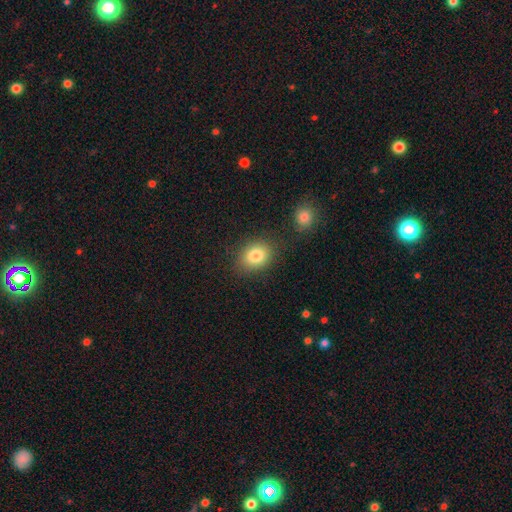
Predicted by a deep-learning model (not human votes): A smooth galaxy with no disk features (83%) that is in between round and cigar-shaped (57%).

Vote fractions:
- Smooth or featured? smooth: 83% / star or artifact: 9% / featured or disk: 8%
- How rounded? in between: 57% / round: 42% / cigar-shaped: 1%
- Merging? none: 79% / minor disturbance: 12% / merger: 6% / major disturbance: 4%